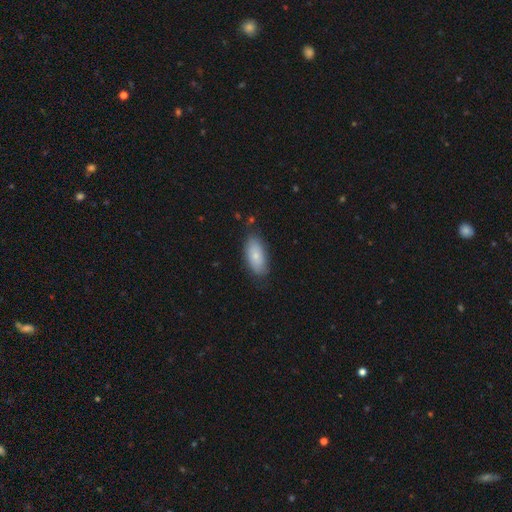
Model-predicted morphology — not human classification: A smooth galaxy with no disk features (77%) that is in between round and cigar-shaped (88%).

Vote fractions:
- Smooth or featured? smooth: 77% / featured or disk: 17% / star or artifact: 6%
- How rounded? in between: 88% / cigar-shaped: 9% / round: 3%
- Merging? none: 75% / minor disturbance: 19% / major disturbance: 4% / merger: 2%